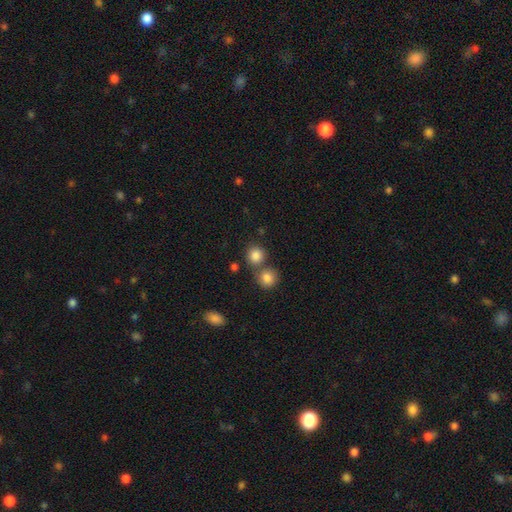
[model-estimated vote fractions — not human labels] smooth-or-featured: smooth: 84% | star or artifact: 11% | featured or disk: 5%
  how-rounded: round: 88% | in between: 11% | cigar-shaped: 1%
  merging: none: 62% | merger: 27% | minor disturbance: 8% | major disturbance: 3%